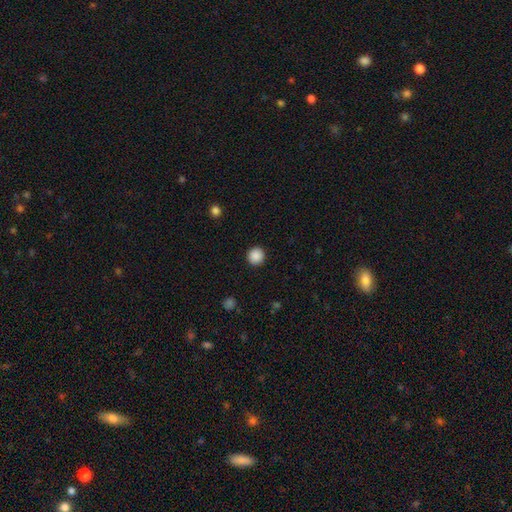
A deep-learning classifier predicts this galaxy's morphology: Q: Smooth or featured?
A: smooth (89%); runner-up: star or artifact (9%)
Q: How rounded?
A: round (95%); runner-up: in between (4%)
Q: Merging?
A: none (93%); runner-up: minor disturbance (5%)